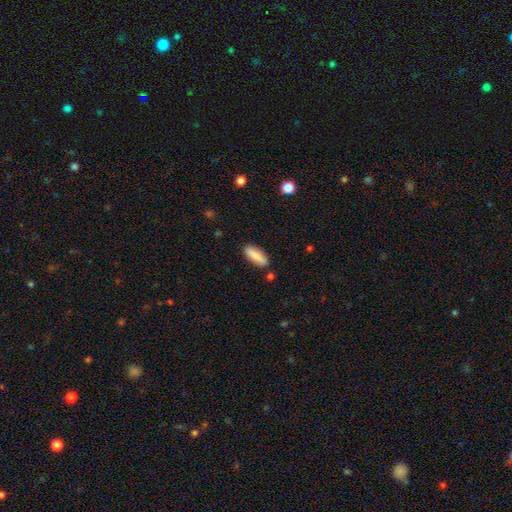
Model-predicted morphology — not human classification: Smooth or featured?
  - smooth: 79% *
  - featured or disk: 14%
  - star or artifact: 6%
How rounded?
  - in between: 63% *
  - cigar-shaped: 35%
  - round: 2%
Merging?
  - none: 87% *
  - minor disturbance: 9%
  - major disturbance: 2%
  - merger: 2%